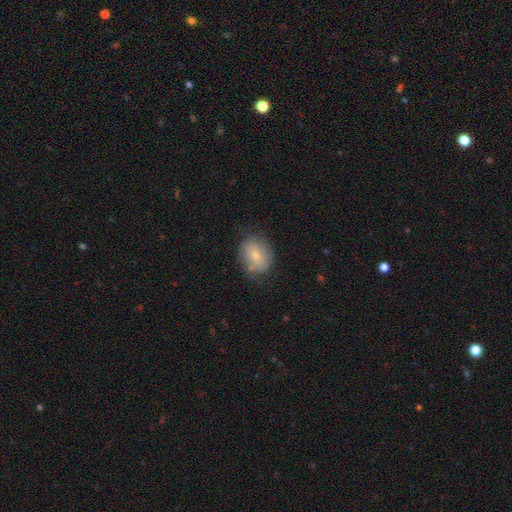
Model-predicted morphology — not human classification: smooth-or-featured: smooth: 63% | featured or disk: 29% | star or artifact: 8%
  how-rounded: round: 53% | in between: 46% | cigar-shaped: 1%
  merging: none: 67% | minor disturbance: 24% | major disturbance: 7% | merger: 2%